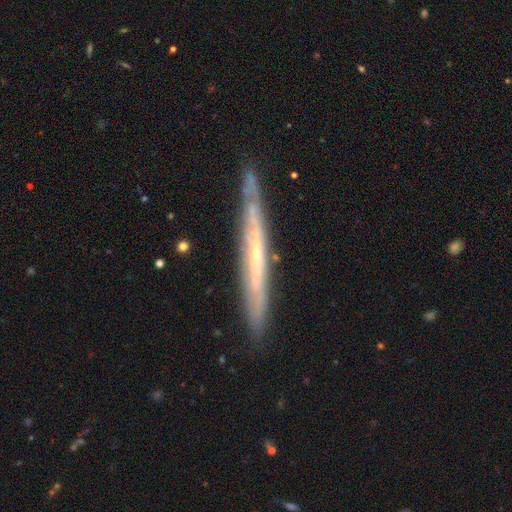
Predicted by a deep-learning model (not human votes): Smooth or featured? featured or disk (71%)
Edge-on disk? yes (89%)
Edge-on bulge? none (76%)
Merging? none (85%)